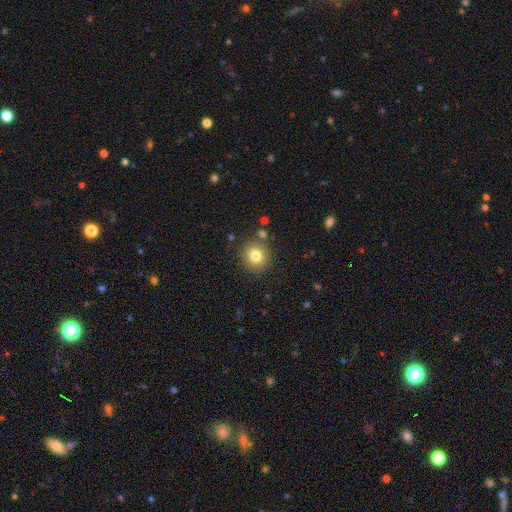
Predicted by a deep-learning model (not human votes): This is clearly a smooth galaxy (81%). How rounded: clearly round (88%). Merging: clearly none (84%).